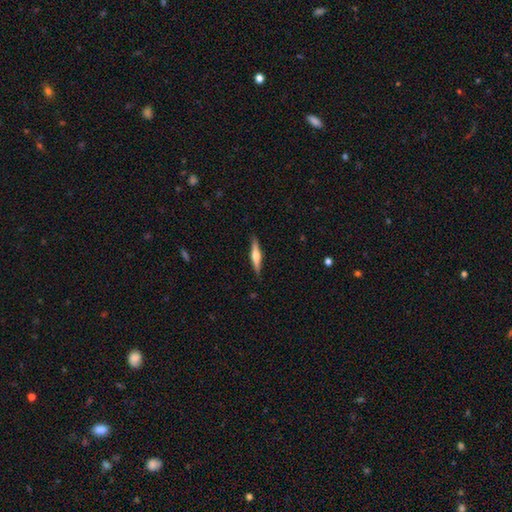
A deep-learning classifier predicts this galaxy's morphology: This is possibly a featured or disk galaxy (57%). It is clearly viewed edge-on (97%). Edge-on bulge: clearly rounded (86%). Merging: clearly none (88%).